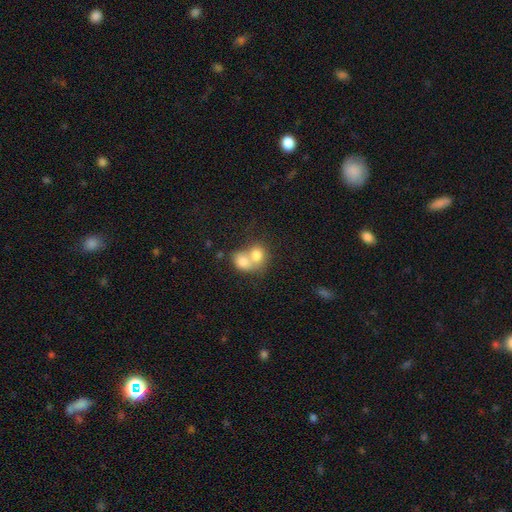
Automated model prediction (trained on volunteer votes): The model was most divided on "how rounded": round: 59%, in between: 40%, cigar-shaped: 1%. More confident: merging — merger (75%); smooth or featured — smooth (75%).